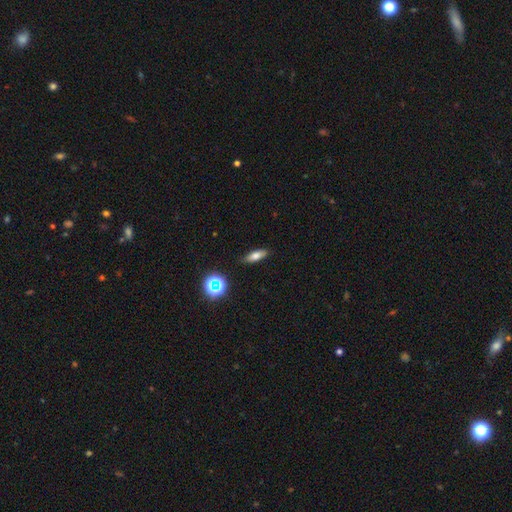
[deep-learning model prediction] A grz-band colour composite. It shows a smooth galaxy with no disk features (69%) that is in between round and cigar-shaped (58%). Merging: none (87%).